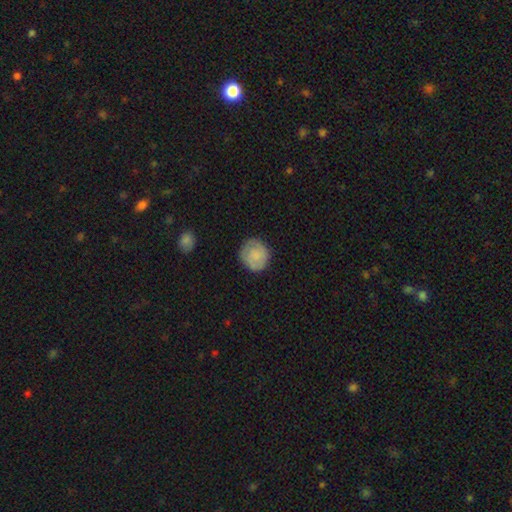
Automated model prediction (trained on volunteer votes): This is likely a smooth galaxy (73%). How rounded: clearly round (86%). Merging: likely none (79%).